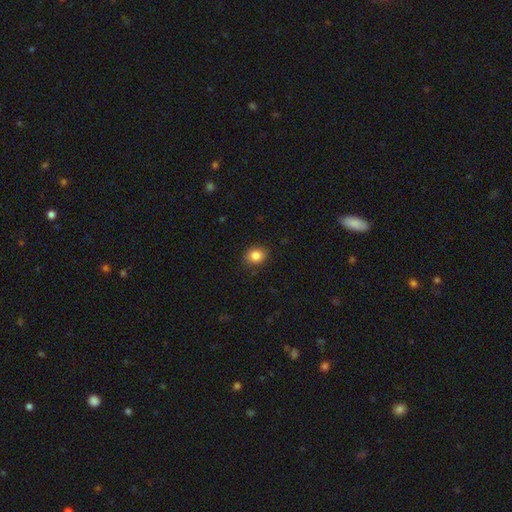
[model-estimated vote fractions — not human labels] smooth 85%, star or artifact 10%, featured or disk 5%. Down the decision tree: how rounded — round (59%); merging — none (88%).